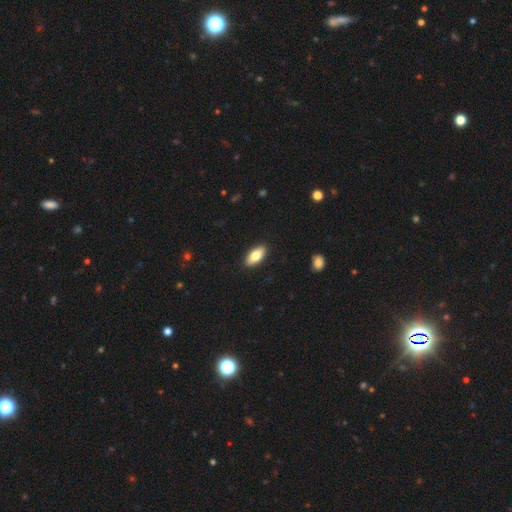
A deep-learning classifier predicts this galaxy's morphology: Smooth or featured? smooth (78%)
How rounded? in between (87%)
Merging? none (90%)